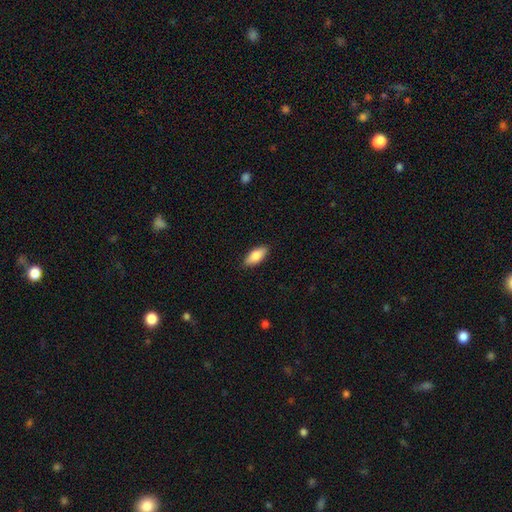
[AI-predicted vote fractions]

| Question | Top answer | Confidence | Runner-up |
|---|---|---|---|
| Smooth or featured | smooth | 82% | featured or disk (11%) |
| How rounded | in between | 84% | cigar-shaped (14%) |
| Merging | none | 88% | minor disturbance (9%) |